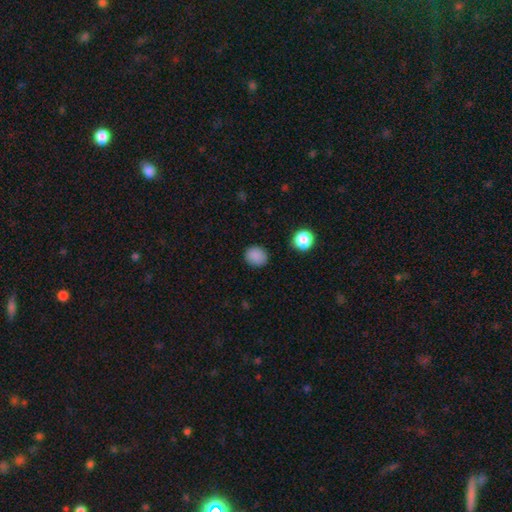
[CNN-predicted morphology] smooth 86%, star or artifact 11%, featured or disk 3%. Down the decision tree: how rounded — round (80%); merging — none (86%).